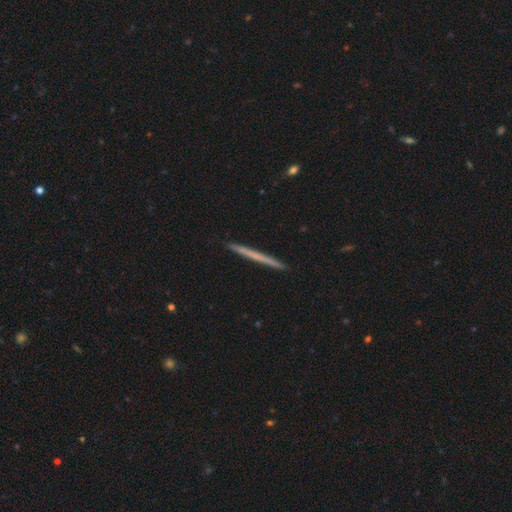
Volunteers were most divided on "smooth or featured": smooth: 50%, featured or disk: 48%, star or artifact: 2%. More confident: how rounded — cigar-shaped (100%); merging — none (100%).